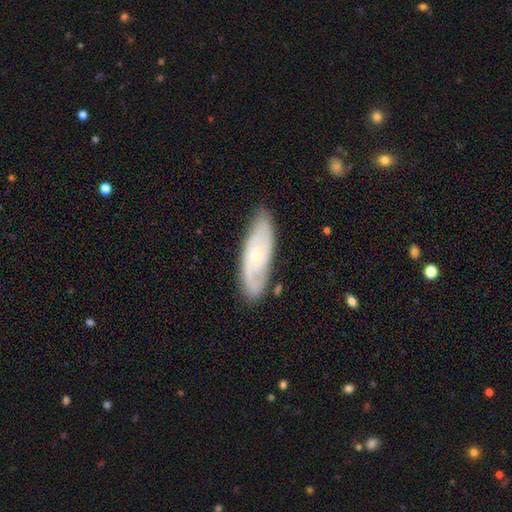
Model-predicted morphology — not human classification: Overall: featured or disk (64%; smooth 29%). Edge-on disk: no (86%). Bar: no (66%; weak 29%). Spiral arms: yes (90%). Spiral arm count: 2 (52%; can't tell 30%). Spiral winding: tight (49%; medium 38%). Bulge size: small (70%). Merging: none (78%).